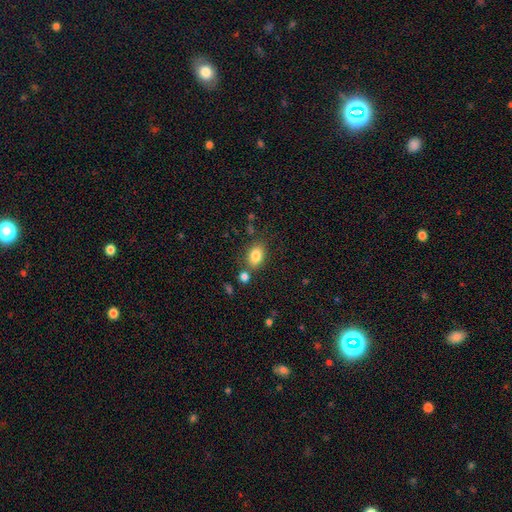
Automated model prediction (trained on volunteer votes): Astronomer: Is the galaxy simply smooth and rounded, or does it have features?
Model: smooth — 83%.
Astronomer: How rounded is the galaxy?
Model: in between — 80%.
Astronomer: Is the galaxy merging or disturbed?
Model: none — 72%.